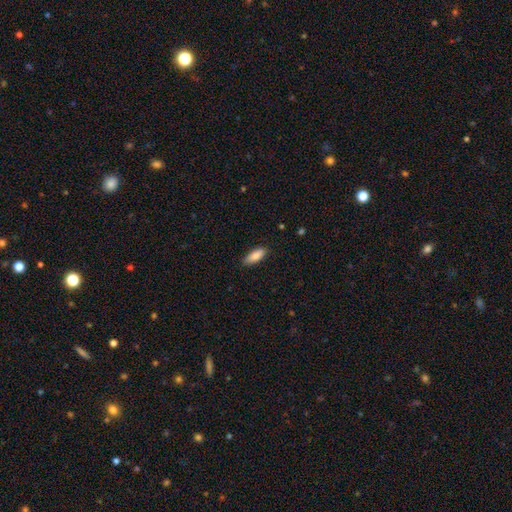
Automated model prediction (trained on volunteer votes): A smooth galaxy with no disk features (86%) that is in between round and cigar-shaped (70%).

Vote fractions:
- Smooth or featured? smooth: 86% / featured or disk: 8% / star or artifact: 6%
- How rounded? in between: 70% / cigar-shaped: 29% / round: 2%
- Merging? none: 85% / minor disturbance: 12% / major disturbance: 2% / merger: 1%